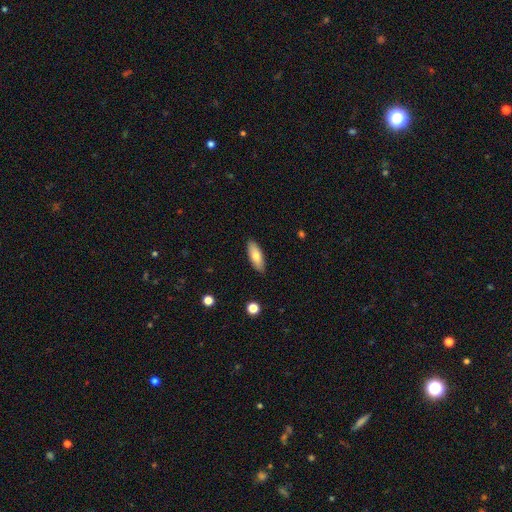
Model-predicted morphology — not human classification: This is likely a smooth galaxy (75%). How rounded: likely in between (68%). Merging: clearly none (89%).